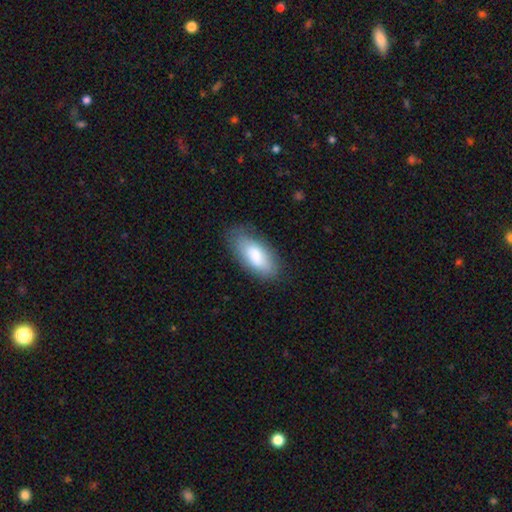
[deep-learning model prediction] smooth_or_featured: smooth (p=0.80) [alt: featured or disk p=0.13]
how_rounded: in between (p=0.88) [alt: cigar-shaped p=0.10]
merging: none (p=0.73) [alt: minor disturbance p=0.20]